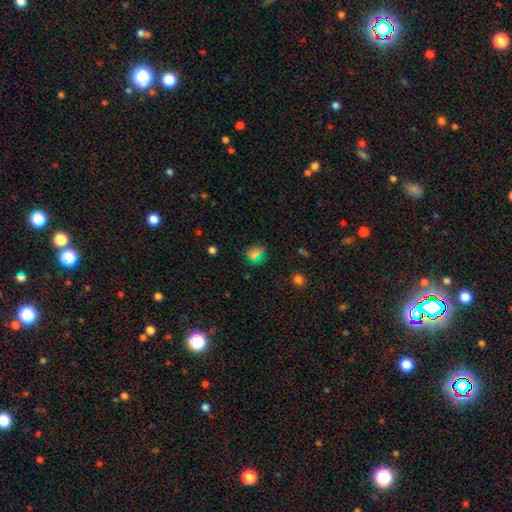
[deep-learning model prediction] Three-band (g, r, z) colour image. It shows a smooth galaxy with no disk features (68%) that is round (75%). Merging: none (81%).